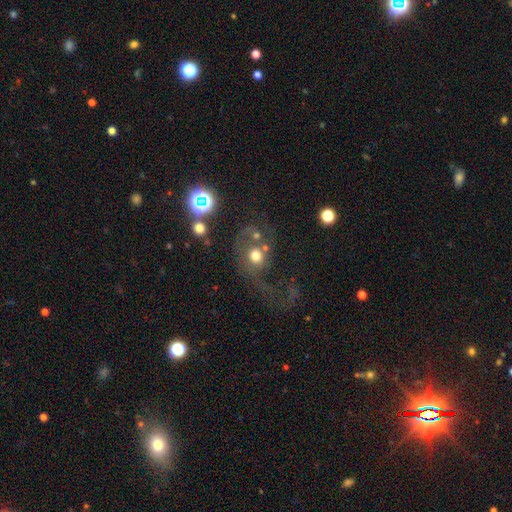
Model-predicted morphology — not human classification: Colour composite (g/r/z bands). It shows a smooth galaxy with no disk features (46%). Merging: major disturbance (38%).